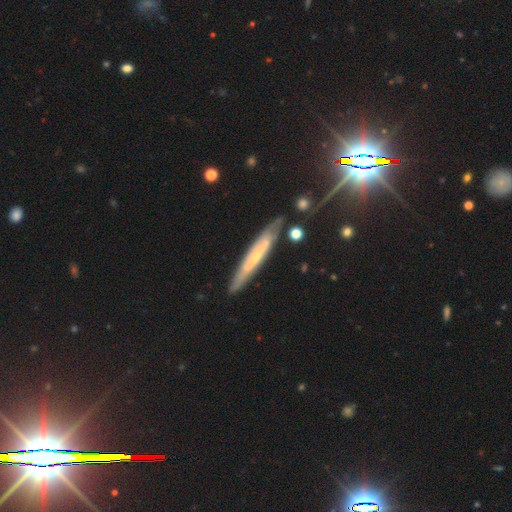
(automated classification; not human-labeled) Smooth or featured?
  - featured or disk: 61% *
  - smooth: 32%
  - star or artifact: 7%
Edge-on disk?
  - yes: 77% *
  - no: 23%
Merging?
  - none: 82% *
  - minor disturbance: 13%
  - major disturbance: 3%
  - merger: 2%